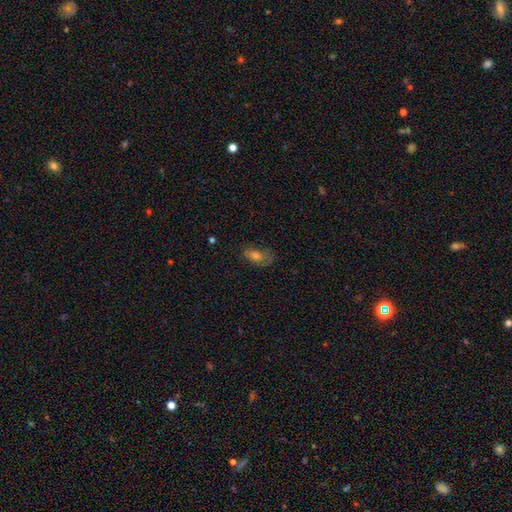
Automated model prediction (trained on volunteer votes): Smooth or featured: smooth — 50% (featured or disk — 32%)
How rounded: in between — 82% (round — 12%)
Merging: none — 60% (minor disturbance — 25%)